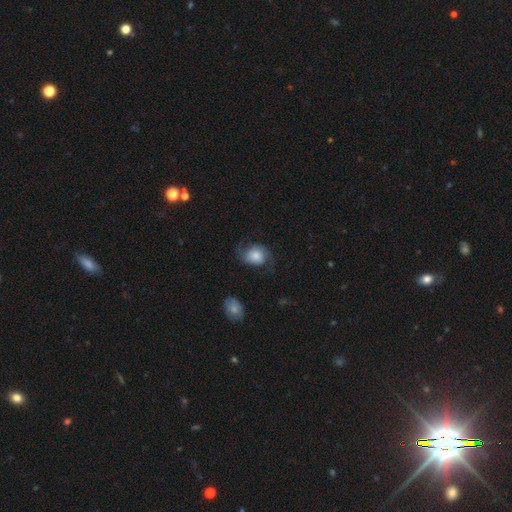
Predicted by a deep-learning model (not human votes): smooth_or_featured: smooth (p=0.47) [alt: featured or disk p=0.45]
merging: none (p=0.56) [alt: minor disturbance p=0.23]